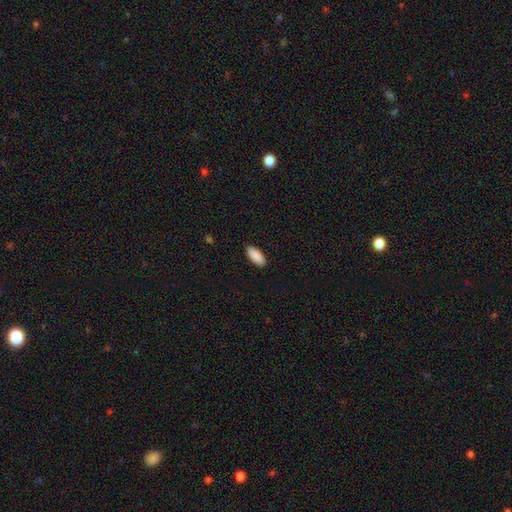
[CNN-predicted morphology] smooth 91%, star or artifact 6%, featured or disk 4%. Down the decision tree: how rounded — in between (86%); merging — none (90%).